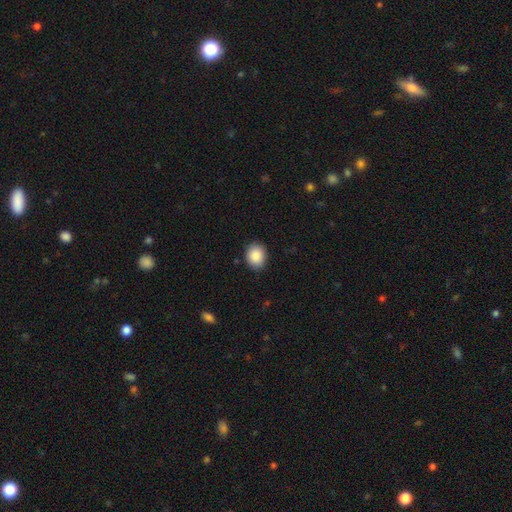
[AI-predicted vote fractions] smooth-or-featured: smooth: 88% | star or artifact: 8% | featured or disk: 5%
  how-rounded: round: 53% | in between: 47% | cigar-shaped: 1%
  merging: none: 86% | minor disturbance: 11% | major disturbance: 2% | merger: 1%